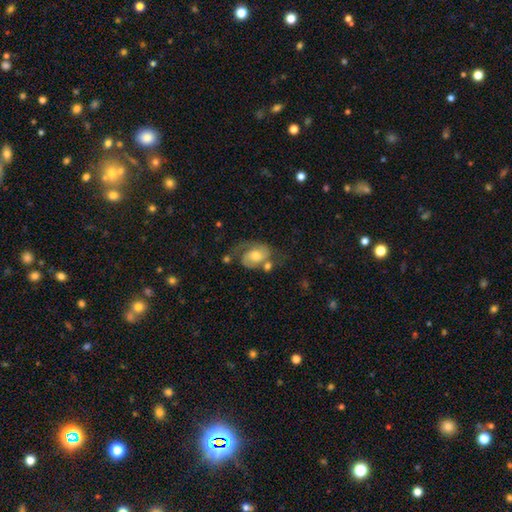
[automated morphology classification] Smooth or featured? Predicted: featured or disk (p=0.77). Edge-on disk? Predicted: no (p=0.97). Bar? Predicted: no (p=0.66). Spiral arms? Predicted: yes (p=0.93). Spiral winding? Predicted: medium (p=0.46). Spiral arm count? Predicted: 2 (p=0.76). Bulge size? Predicted: moderate (p=0.62). Merging? Predicted: none (p=0.52).